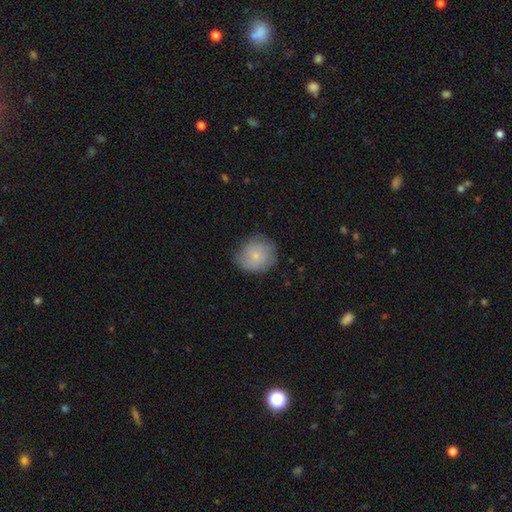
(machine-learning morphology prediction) This appears to be a smooth galaxy with no disk features (67%) that is round (83%). Merging: none (73%).